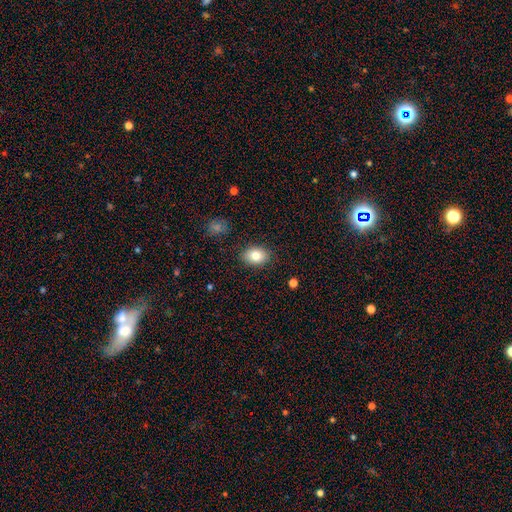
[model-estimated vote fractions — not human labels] Smooth or featured: smooth — 82% (featured or disk — 9%)
How rounded: in between — 72% (round — 27%)
Merging: none — 87% (minor disturbance — 9%)